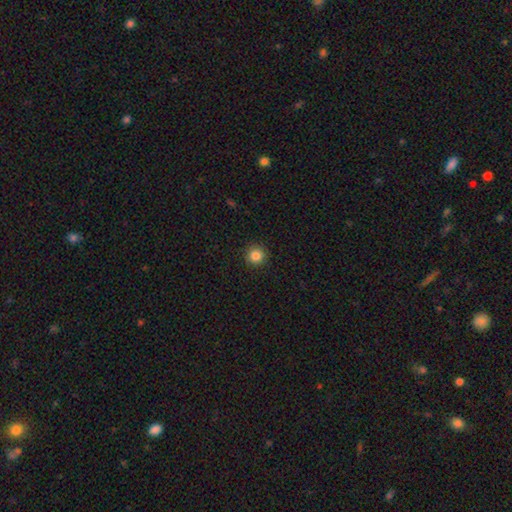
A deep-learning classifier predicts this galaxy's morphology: This appears to be a smooth galaxy with no disk features (84%) that is round (95%). Merging: none (91%).